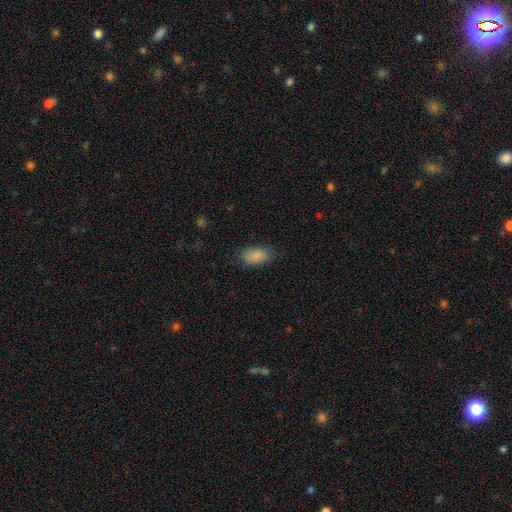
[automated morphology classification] Smooth or featured? Predicted: smooth (p=0.86). How rounded? Predicted: in between (p=0.92). Merging? Predicted: none (p=0.75).